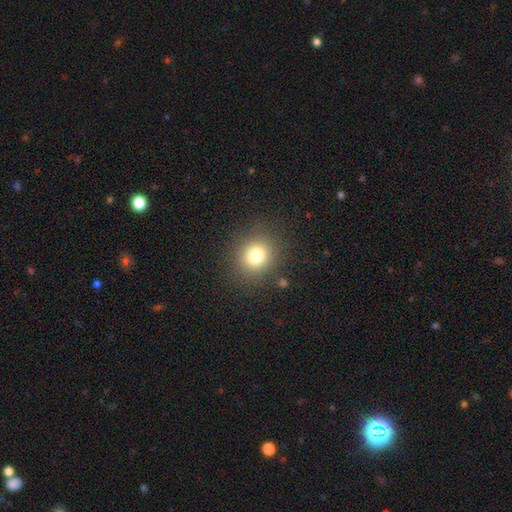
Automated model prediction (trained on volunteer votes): smooth_or_featured: smooth (p=0.78) [alt: star or artifact p=0.14]
how_rounded: round (p=0.86) [alt: in between p=0.13]
merging: none (p=0.87) [alt: minor disturbance p=0.08]